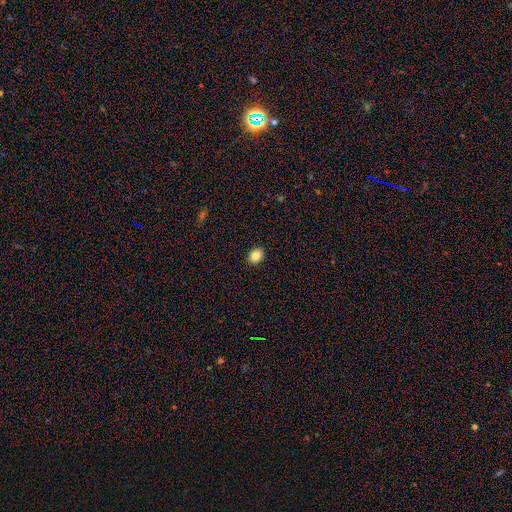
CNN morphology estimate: Q: Smooth or featured?
A: smooth (85%); runner-up: star or artifact (10%)
Q: How rounded?
A: in between (51%); runner-up: round (48%)
Q: Merging?
A: none (91%); runner-up: minor disturbance (6%)